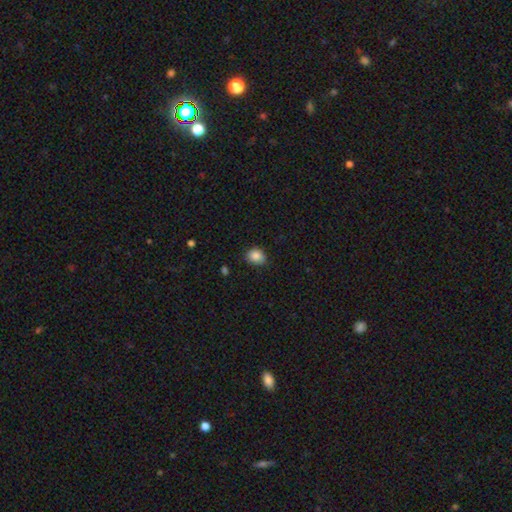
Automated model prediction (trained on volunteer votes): This appears to be a smooth galaxy with no disk features (86%) that is round (53%). Merging: none (81%).